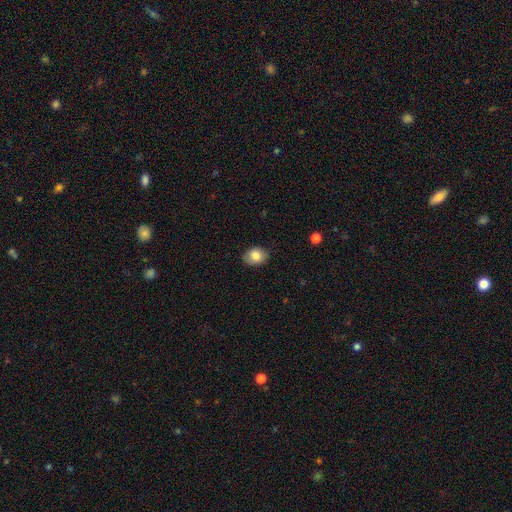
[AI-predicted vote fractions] Smooth or featured: smooth — 83% (featured or disk — 9%)
How rounded: in between — 62% (round — 37%)
Merging: none — 81% (minor disturbance — 16%)